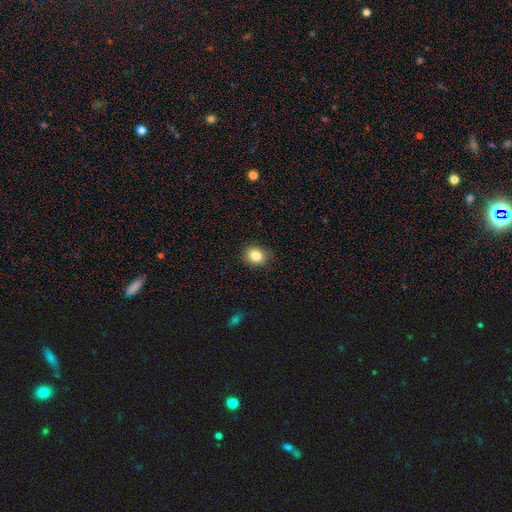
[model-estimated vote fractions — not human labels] A smooth galaxy with no disk features (84%) that is round (59%).

Vote fractions:
- Smooth or featured? smooth: 84% / star or artifact: 10% / featured or disk: 6%
- How rounded? round: 59% / in between: 40% / cigar-shaped: 1%
- Merging? none: 87% / minor disturbance: 9% / major disturbance: 2% / merger: 1%